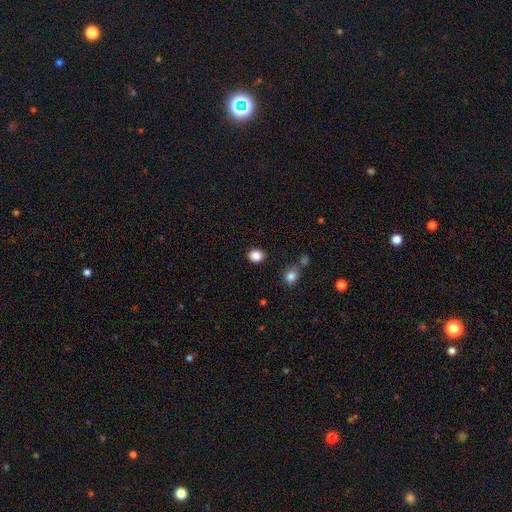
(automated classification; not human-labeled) Smooth or featured?
  - smooth: 86% *
  - star or artifact: 10%
  - featured or disk: 4%
How rounded?
  - round: 78% *
  - in between: 21%
  - cigar-shaped: 1%
Merging?
  - none: 88% *
  - minor disturbance: 7%
  - major disturbance: 2%
  - merger: 2%